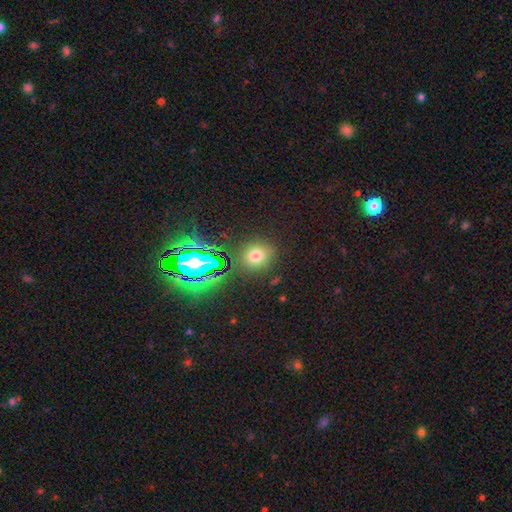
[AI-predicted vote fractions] This is likely a smooth galaxy (66%). How rounded: clearly round (81%). Merging: clearly none (83%).